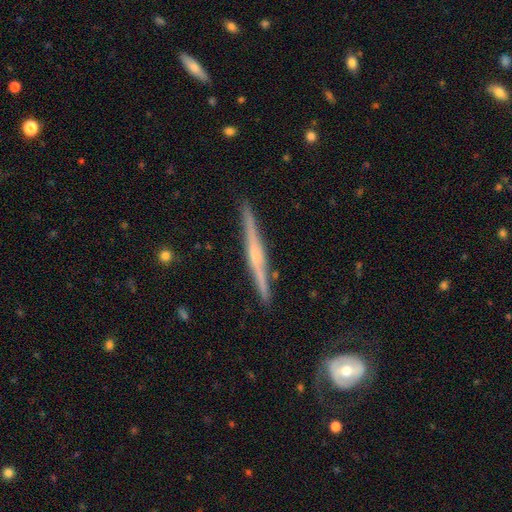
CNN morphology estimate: Q: Smooth or featured?
A: featured or disk (75%); runner-up: smooth (19%)
Q: Edge-on disk?
A: yes (98%); runner-up: no (2%)
Q: Edge-on bulge?
A: rounded (55%); runner-up: none (32%)
Q: Merging?
A: none (90%); runner-up: minor disturbance (7%)